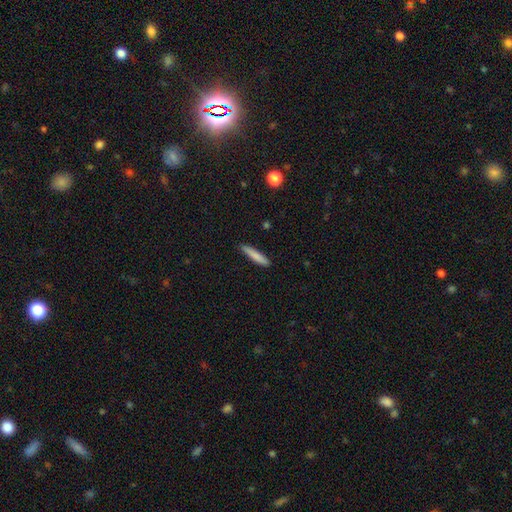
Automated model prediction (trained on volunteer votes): smooth 81%, featured or disk 13%, star or artifact 6%. Down the decision tree: how rounded — cigar-shaped (90%); merging — none (85%).